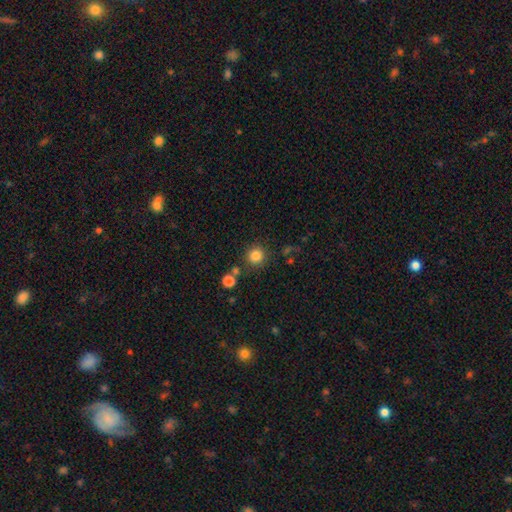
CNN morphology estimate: A smooth galaxy with no disk features (84%) that is round (93%).

Vote fractions:
- Smooth or featured? smooth: 84% / star or artifact: 12% / featured or disk: 5%
- How rounded? round: 93% / in between: 6% / cigar-shaped: 1%
- Merging? none: 83% / minor disturbance: 8% / merger: 6% / major disturbance: 3%